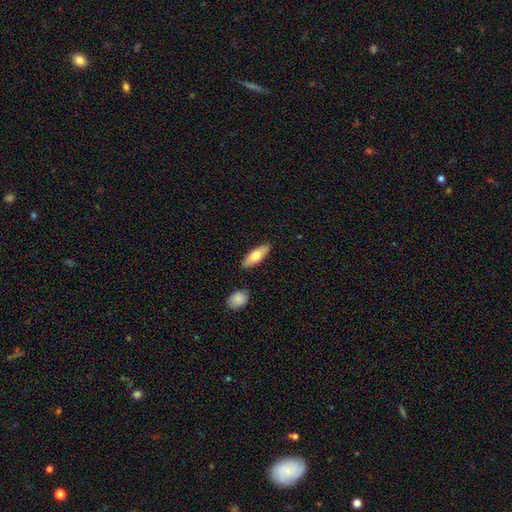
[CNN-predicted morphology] Smooth or featured: smooth — 67% (featured or disk — 28%)
How rounded: in between — 67% (cigar-shaped — 30%)
Merging: none — 87% (minor disturbance — 9%)